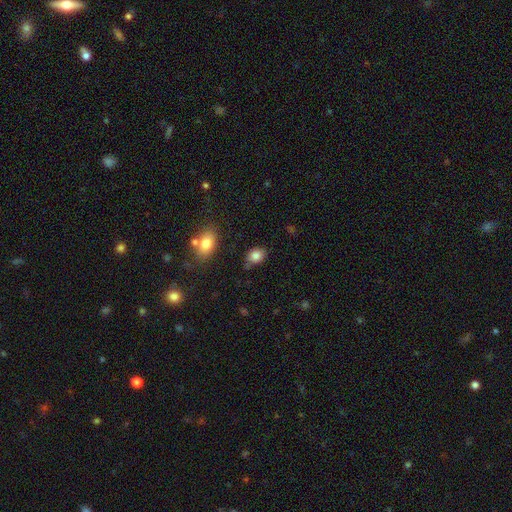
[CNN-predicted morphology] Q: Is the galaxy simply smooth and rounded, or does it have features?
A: smooth — 84%.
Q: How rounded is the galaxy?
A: in between — 65%.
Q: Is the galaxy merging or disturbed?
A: none — 73%.